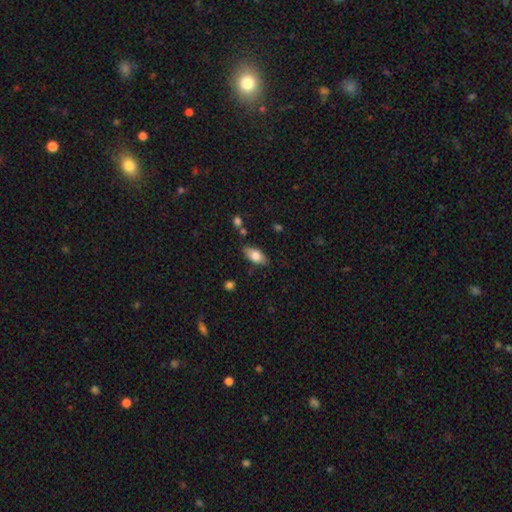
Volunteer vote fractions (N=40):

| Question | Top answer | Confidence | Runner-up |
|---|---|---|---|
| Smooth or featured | smooth | 88% | featured or disk (12%) |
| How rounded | in between | 91% | cigar-shaped (6%) |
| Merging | none | 75% | minor disturbance (22%) |